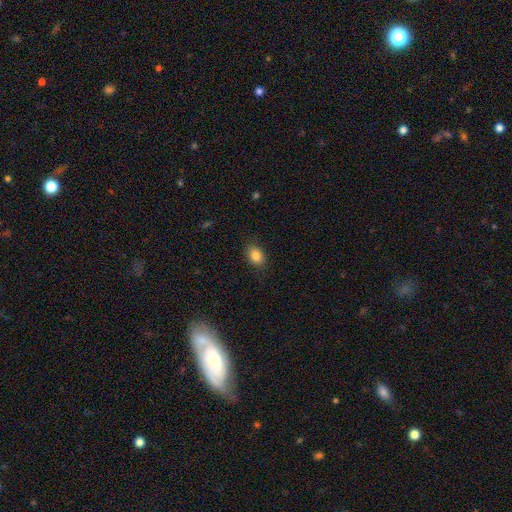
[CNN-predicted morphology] This appears to be a smooth galaxy with no disk features (83%) that is in between round and cigar-shaped (75%). Merging: none (85%).